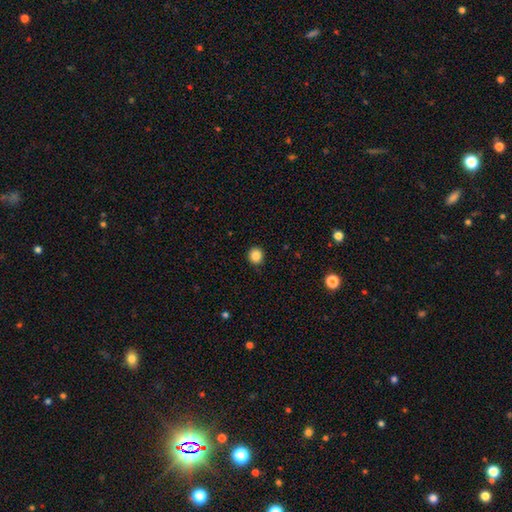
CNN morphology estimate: Smooth or featured?
  - smooth: 85% *
  - star or artifact: 11%
  - featured or disk: 4%
How rounded?
  - round: 88% *
  - in between: 11%
  - cigar-shaped: 1%
Merging?
  - none: 91% *
  - minor disturbance: 6%
  - major disturbance: 2%
  - merger: 1%